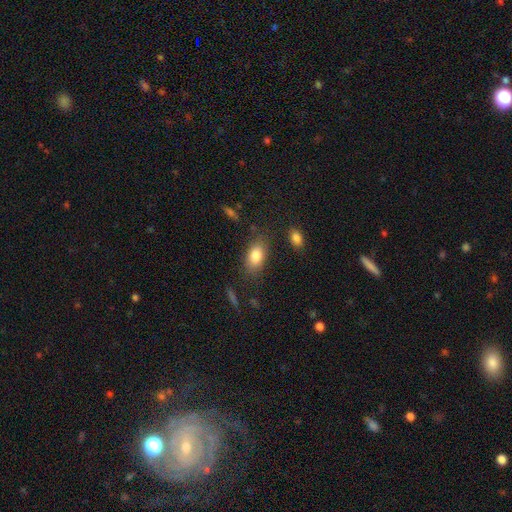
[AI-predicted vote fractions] smooth 83%, featured or disk 9%, star or artifact 8%. Down the decision tree: how rounded — in between (88%); merging — none (78%).